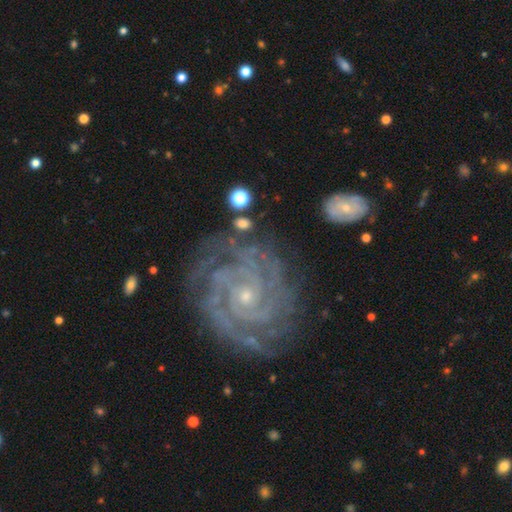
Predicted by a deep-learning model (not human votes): Smooth or featured? featured or disk (91%)
Edge-on disk? no (97%)
Bar? no (72%)
Spiral arms? yes (98%)
Spiral winding? tight (83%)
Spiral arm count? 2 (24%)
Bulge size? small (83%)
Merging? none (77%)